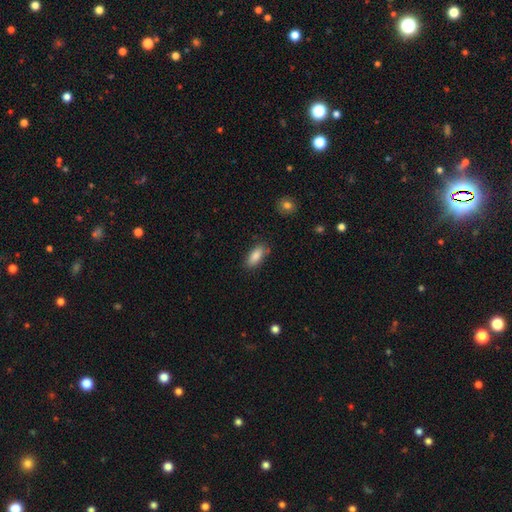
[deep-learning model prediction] A smooth galaxy with no disk features (86%) that is in between round and cigar-shaped (84%). Merging: none (81%).